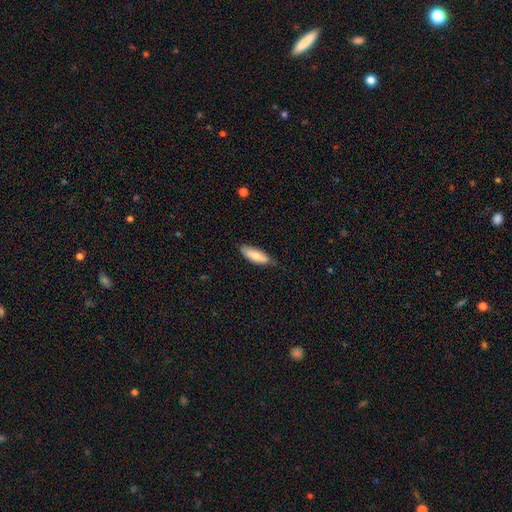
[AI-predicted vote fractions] Smooth or featured: smooth — 75% (featured or disk — 19%)
How rounded: in between — 60% (cigar-shaped — 39%)
Merging: none — 77% (minor disturbance — 19%)